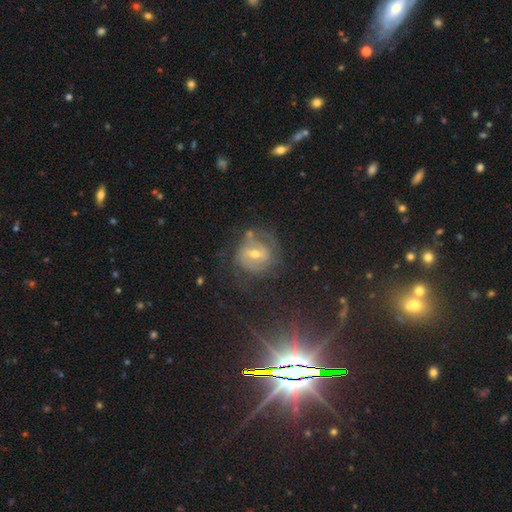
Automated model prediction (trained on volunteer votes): Q: Smooth or featured?
A: featured or disk (63%); runner-up: star or artifact (24%)
Q: Edge-on disk?
A: no (94%); runner-up: yes (6%)
Q: Bar?
A: weak (43%); runner-up: no (29%)
Q: Spiral arms?
A: yes (80%); runner-up: no (20%)
Q: Bulge size?
A: small (53%); runner-up: moderate (43%)
Q: Merging?
A: none (69%); runner-up: minor disturbance (17%)